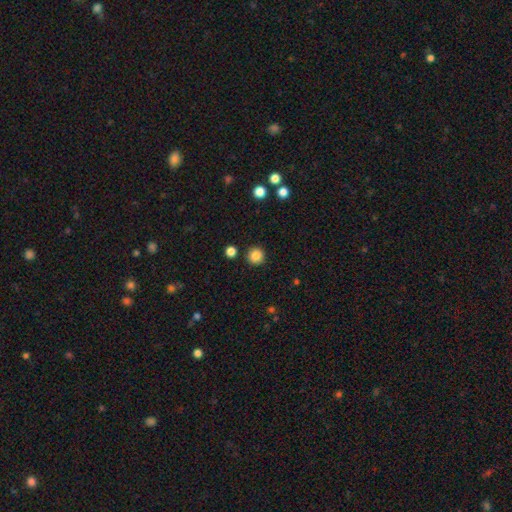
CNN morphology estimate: smooth-or-featured: smooth: 85% | star or artifact: 11% | featured or disk: 4%
  how-rounded: round: 95% | in between: 4% | cigar-shaped: 1%
  merging: none: 91% | minor disturbance: 5% | merger: 2% | major disturbance: 2%